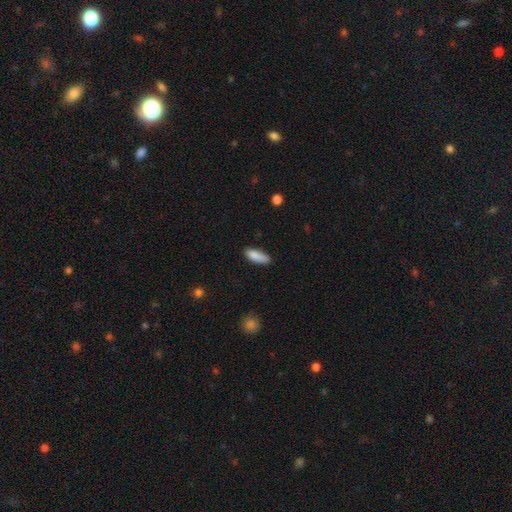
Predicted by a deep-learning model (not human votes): A smooth galaxy with no disk features (87%) that is in between round and cigar-shaped (67%).

Vote fractions:
- Smooth or featured? smooth: 87% / featured or disk: 7% / star or artifact: 6%
- How rounded? in between: 67% / cigar-shaped: 31% / round: 2%
- Merging? none: 79% / minor disturbance: 17% / major disturbance: 3% / merger: 2%